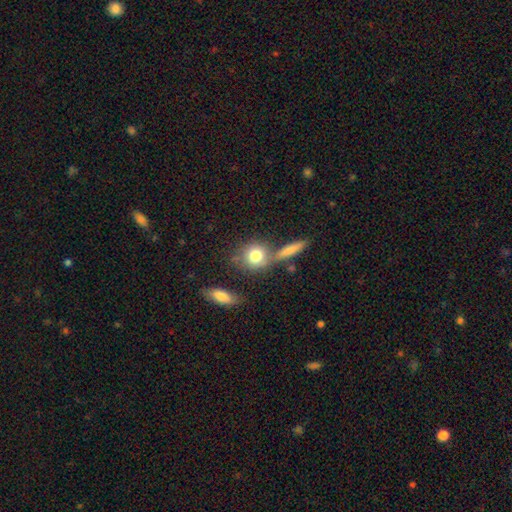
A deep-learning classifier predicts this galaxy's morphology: type=smooth (78%); roundness=round (75%); merging=none (57%).